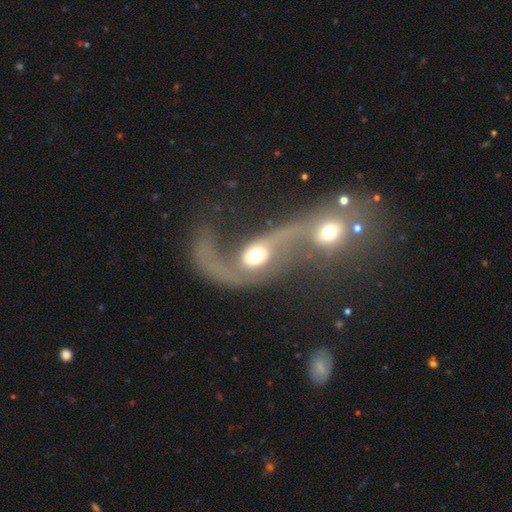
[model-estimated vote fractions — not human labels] The model was most divided on "bulge size": moderate: 48%, large: 34%, dominant: 9%, small: 7%, none: 2%. Remaining: edge-on disk — no (95%); spiral arms — yes (86%); spiral arm count — 2 (83%); spiral winding — loose (82%); smooth or featured — featured or disk (75%); bar — no (62%); merging — merger (48%).